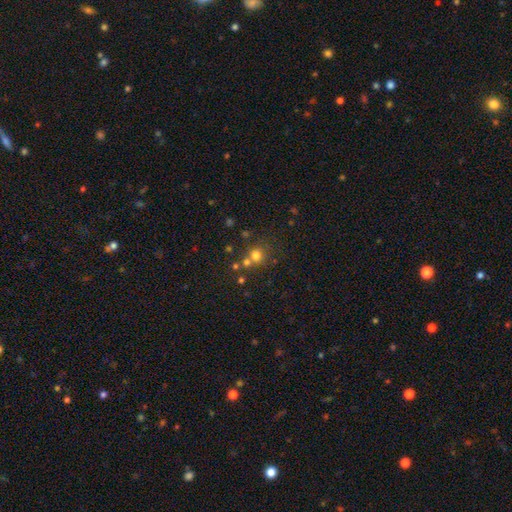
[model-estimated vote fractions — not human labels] This appears to be a smooth galaxy with no disk features (70%) that is round (86%). Merging: none (55%).